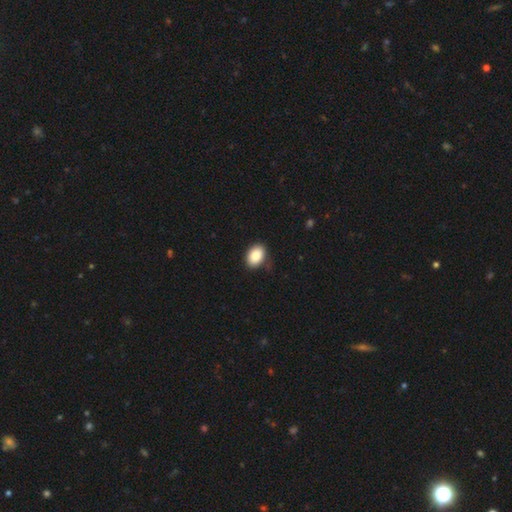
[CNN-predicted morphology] type=smooth (86%); roundness=in between (81%); merging=none (82%).